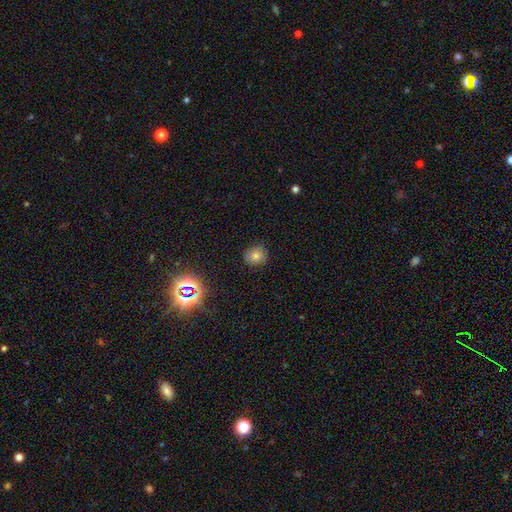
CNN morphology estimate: type=smooth (75%); roundness=round (81%); merging=none (83%).